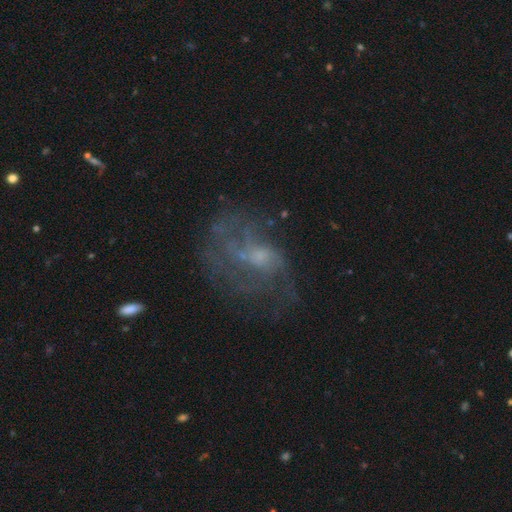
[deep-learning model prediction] smooth_or_featured: featured or disk (p=0.70) [alt: smooth p=0.16]
disk_edge_on: no (p=0.97) [alt: yes p=0.03]
bar: no (p=0.68) [alt: weak p=0.28]
has_spiral_arms: yes (p=0.65) [alt: no p=0.35]
bulge_size: small (p=0.46) [alt: moderate p=0.28]
merging: none (p=0.49) [alt: major disturbance p=0.30]